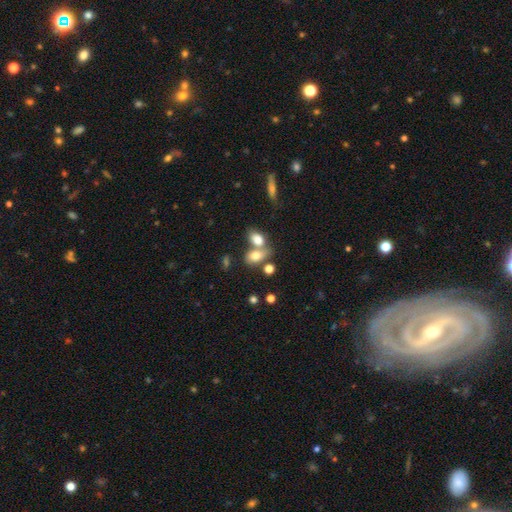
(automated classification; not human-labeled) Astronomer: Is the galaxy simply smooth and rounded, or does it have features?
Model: smooth — 76%.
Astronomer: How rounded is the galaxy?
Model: in between — 80%.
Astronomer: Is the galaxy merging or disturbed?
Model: merger — 50% (runner-up: none, 34%).